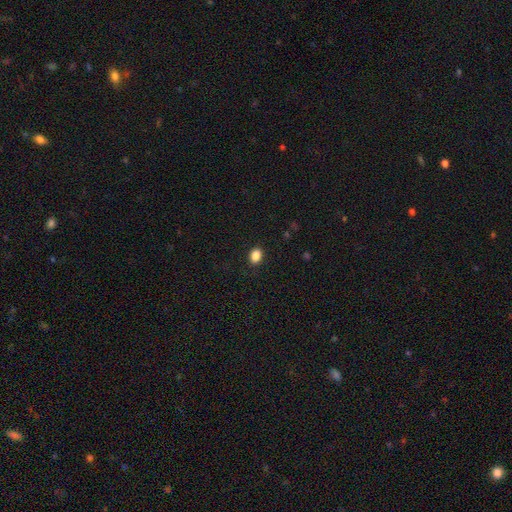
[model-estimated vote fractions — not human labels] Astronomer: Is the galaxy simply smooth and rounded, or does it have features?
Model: smooth — 87%.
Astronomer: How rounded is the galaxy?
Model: in between — 64%.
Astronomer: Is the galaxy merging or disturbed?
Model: none — 89%.